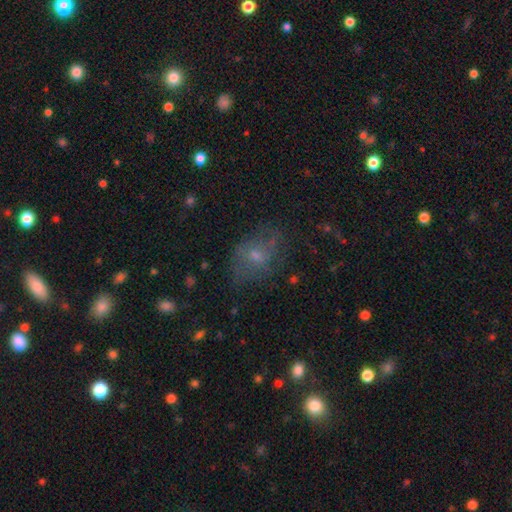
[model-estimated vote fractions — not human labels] Morphology: type=smooth (50%); merging=none (49%).